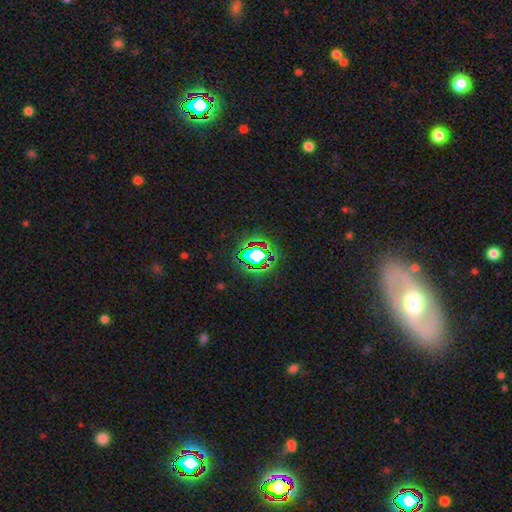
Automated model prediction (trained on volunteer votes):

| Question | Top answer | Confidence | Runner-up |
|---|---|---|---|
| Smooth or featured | star or artifact | 64% | smooth (22%) |